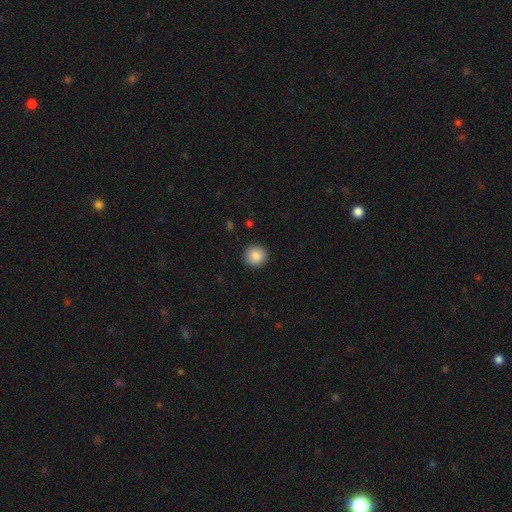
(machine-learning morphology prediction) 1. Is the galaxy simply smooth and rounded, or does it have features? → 88% smooth, 8% star or artifact, 4% featured or disk.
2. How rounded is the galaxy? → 92% round, 7% in between, 1% cigar-shaped.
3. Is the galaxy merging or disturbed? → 92% none, 5% minor disturbance, 2% major disturbance, 1% merger.